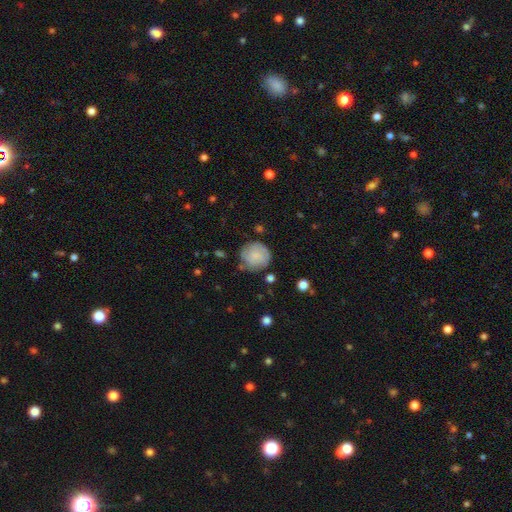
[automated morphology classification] Smooth or featured?
  - smooth: 55% *
  - featured or disk: 37%
  - star or artifact: 8%
How rounded?
  - round: 89% *
  - in between: 10%
  - cigar-shaped: 1%
Merging?
  - none: 72% *
  - minor disturbance: 19%
  - major disturbance: 7%
  - merger: 3%